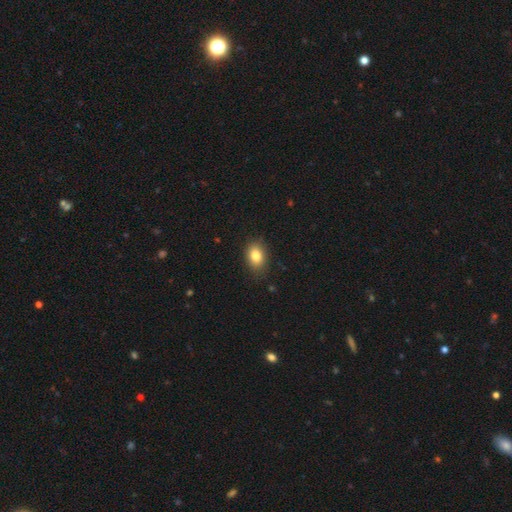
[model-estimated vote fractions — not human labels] A smooth galaxy with no disk features (83%) that is in between round and cigar-shaped (76%). Merging: none (85%).